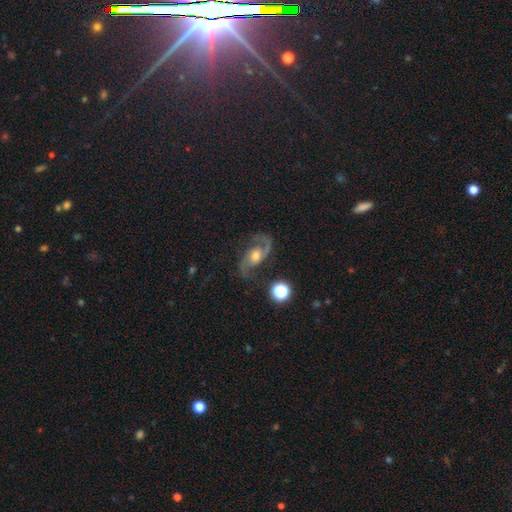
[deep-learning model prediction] Q: Smooth or featured?
A: featured or disk (88%); runner-up: star or artifact (7%)
Q: Edge-on disk?
A: no (97%); runner-up: yes (3%)
Q: Bar?
A: no (55%); runner-up: weak (34%)
Q: Spiral arms?
A: yes (97%); runner-up: no (3%)
Q: Spiral winding?
A: medium (52%); runner-up: loose (37%)
Q: Spiral arm count?
A: 2 (94%); runner-up: can't tell (2%)
Q: Bulge size?
A: moderate (67%); runner-up: small (16%)
Q: Merging?
A: none (78%); runner-up: minor disturbance (13%)